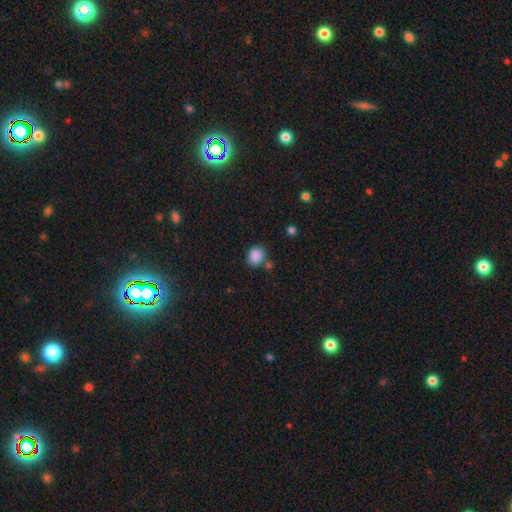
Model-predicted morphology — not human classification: Smooth or featured: smooth — 86% (star or artifact — 10%)
How rounded: round — 62% (in between — 37%)
Merging: none — 72% (minor disturbance — 13%)